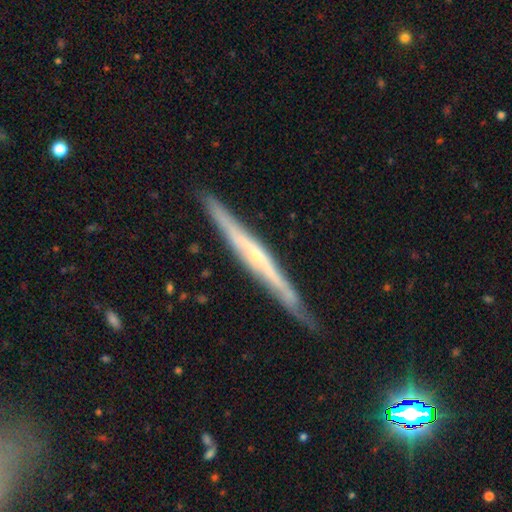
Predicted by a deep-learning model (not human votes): Overall: featured or disk (77%). Edge-on disk: yes (95%). Edge-on bulge: rounded (55%; none 39%). Merging: none (83%).